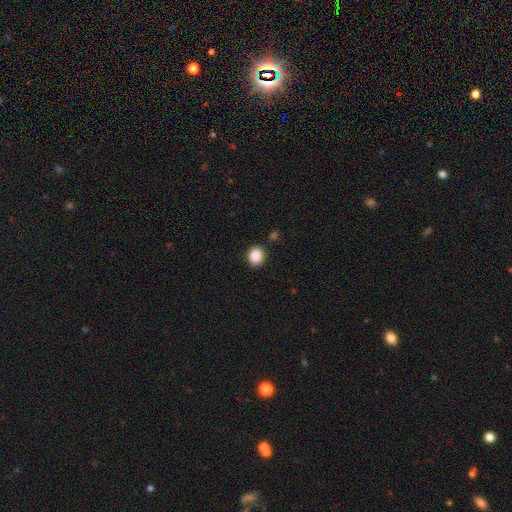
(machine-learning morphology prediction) This is clearly a smooth galaxy (88%). How rounded: likely round (64%). Merging: clearly none (88%).